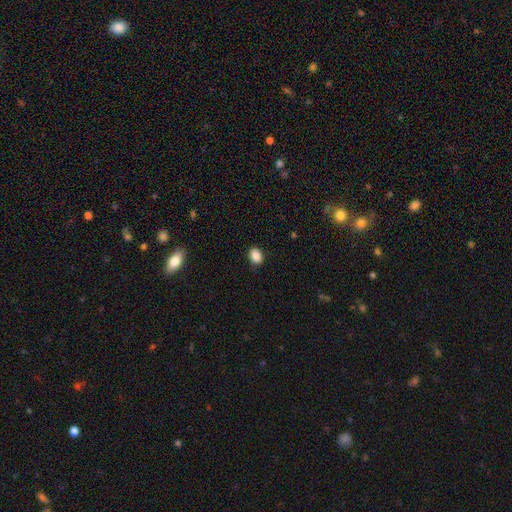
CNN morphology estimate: A smooth galaxy with no disk features (88%) that is in between round and cigar-shaped (67%). Merging: none (86%).